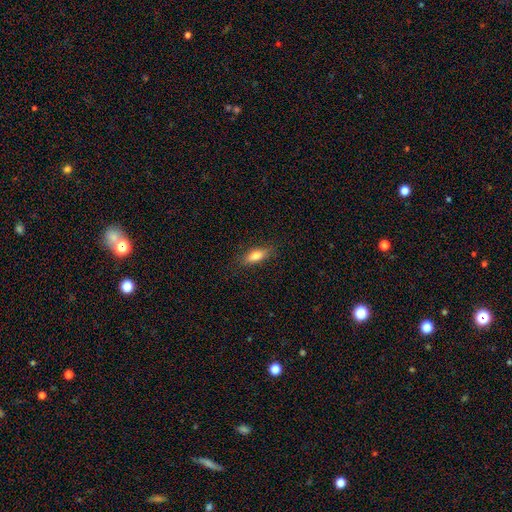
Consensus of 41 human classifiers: Smooth or featured: smooth — 78% (featured or disk — 17%)
How rounded: in between — 81% (cigar-shaped — 19%)
Merging: none — 82% (minor disturbance — 15%)